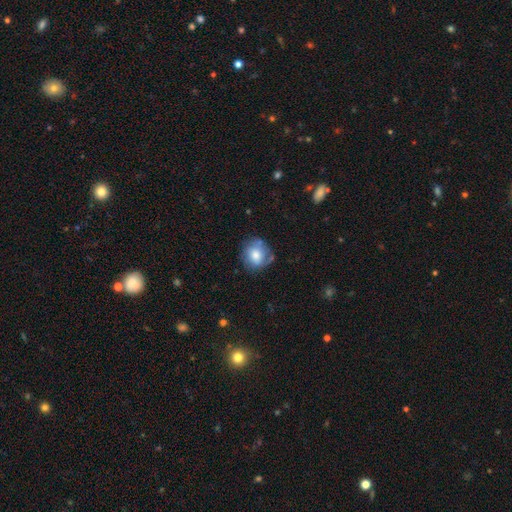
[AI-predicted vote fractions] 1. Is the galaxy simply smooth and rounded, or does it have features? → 65% smooth, 26% featured or disk, 9% star or artifact.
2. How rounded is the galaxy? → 79% round, 20% in between, 1% cigar-shaped.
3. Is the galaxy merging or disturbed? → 65% none, 24% minor disturbance, 8% major disturbance, 4% merger.